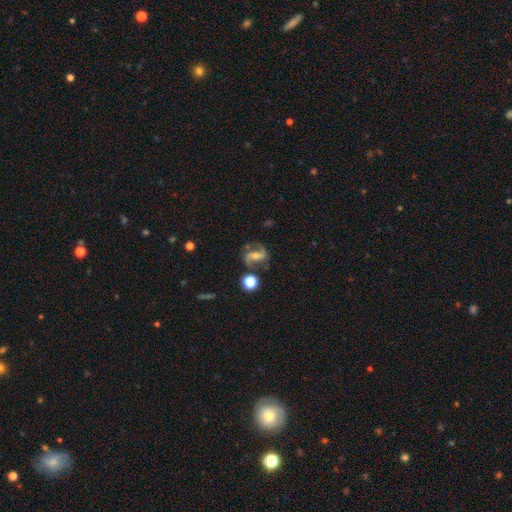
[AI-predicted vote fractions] Smooth or featured? featured or disk (85%)
Edge-on disk? no (97%)
Bar? weak (39%)
Spiral arms? yes (96%)
Spiral winding? medium (47%)
Spiral arm count? 2 (92%)
Bulge size? small (45%)
Merging? none (73%)